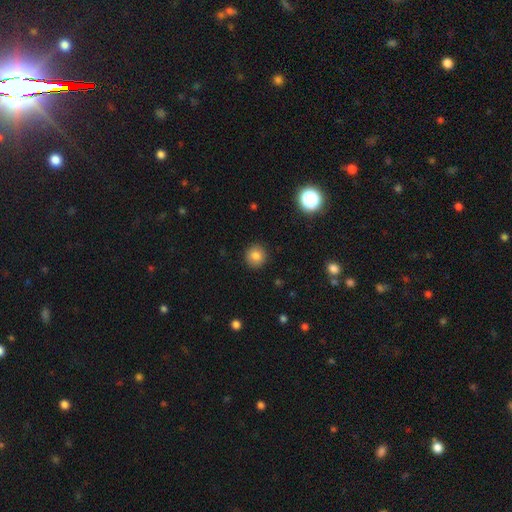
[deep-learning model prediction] This appears to be a smooth galaxy with no disk features (83%) that is round (91%). Merging: none (90%).